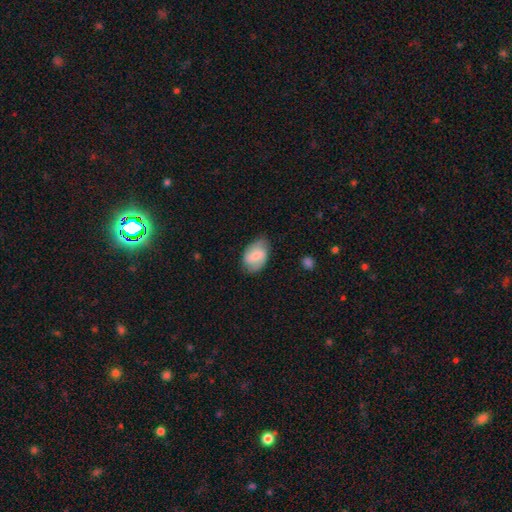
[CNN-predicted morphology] smooth 51%, featured or disk 42%, star or artifact 7%. Down the decision tree: how rounded — in between (84%); merging — none (69%).